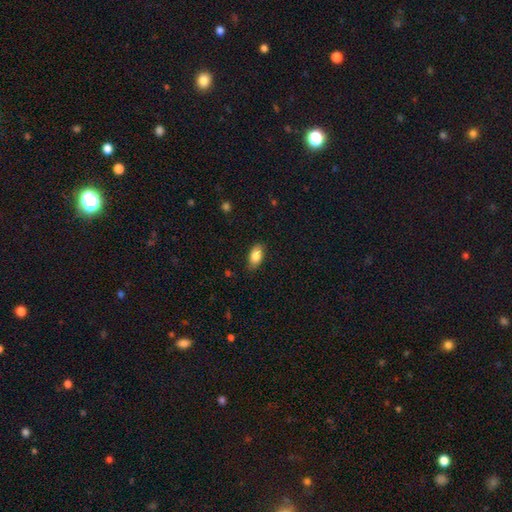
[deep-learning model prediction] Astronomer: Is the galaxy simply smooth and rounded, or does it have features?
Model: smooth — 84%.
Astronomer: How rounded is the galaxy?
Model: in between — 91%.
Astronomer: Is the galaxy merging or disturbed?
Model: none — 84%.